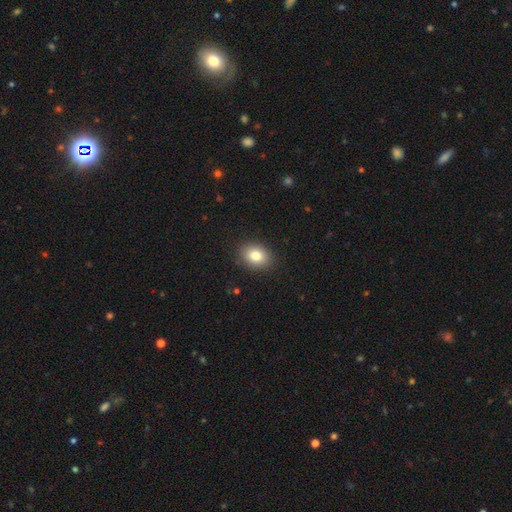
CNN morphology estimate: The model was most divided on "how rounded": in between: 63%, round: 36%, cigar-shaped: 1%. More confident: merging — none (89%); smooth or featured — smooth (82%).